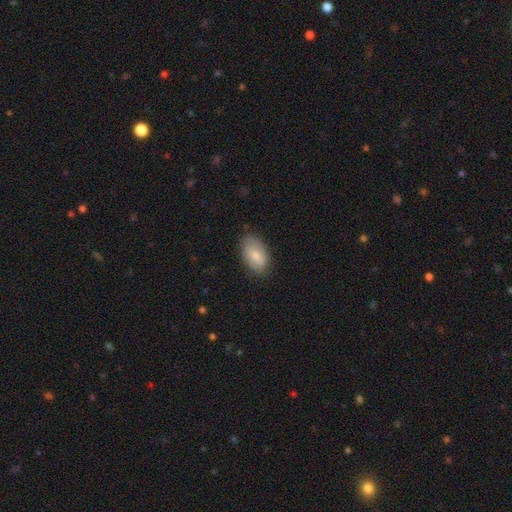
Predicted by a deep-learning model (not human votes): A smooth galaxy with no disk features (78%) that is in between round and cigar-shaped (93%). Merging: none (77%).